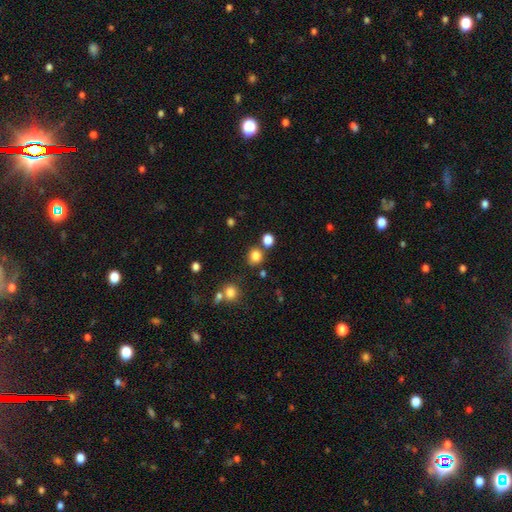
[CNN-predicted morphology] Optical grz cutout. It shows a smooth galaxy with no disk features (81%) that is round (81%). Merging: none (75%).